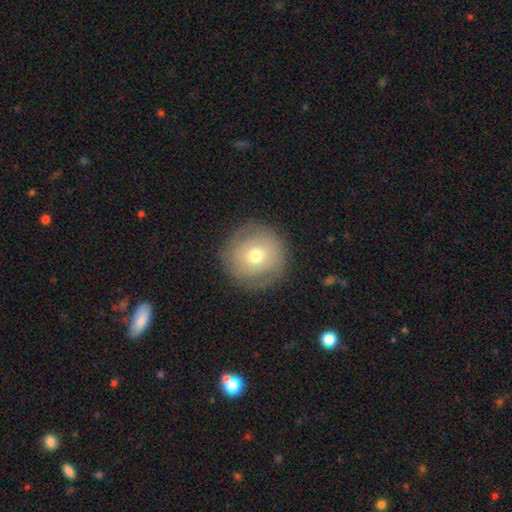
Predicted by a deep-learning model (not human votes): Smooth or featured?
  - smooth: 60% *
  - featured or disk: 31%
  - star or artifact: 9%
How rounded?
  - round: 93% *
  - in between: 6%
  - cigar-shaped: 1%
Merging?
  - none: 84% *
  - minor disturbance: 10%
  - major disturbance: 4%
  - merger: 1%